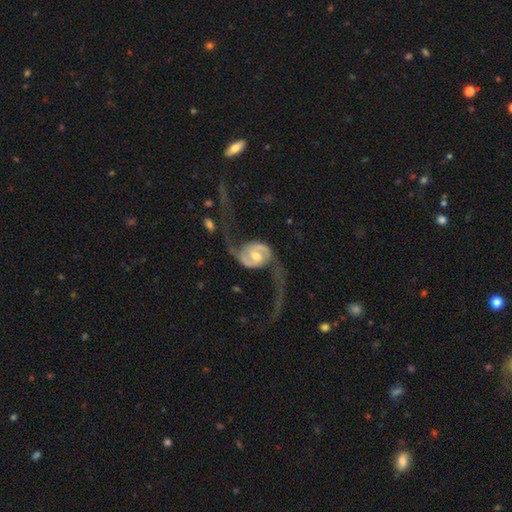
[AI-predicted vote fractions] Smooth or featured?
  - featured or disk: 90% *
  - smooth: 6%
  - star or artifact: 4%
Edge-on disk?
  - no: 97% *
  - yes: 3%
Bar?
  - weak: 42% *
  - no: 37%
  - strong: 21%
Spiral arms?
  - yes: 96% *
  - no: 4%
Spiral winding?
  - loose: 80% *
  - medium: 15%
  - tight: 5%
Spiral arm count?
  - 2: 94% *
  - 1: 2%
  - can't tell: 2%
  - 3: 1%
  - 4: 1%
  - more than 4: 1%
Bulge size?
  - moderate: 63% *
  - small: 26%
  - large: 6%
  - none: 2%
  - dominant: 2%
Merging?
  - none: 48% *
  - major disturbance: 34%
  - minor disturbance: 12%
  - merger: 6%